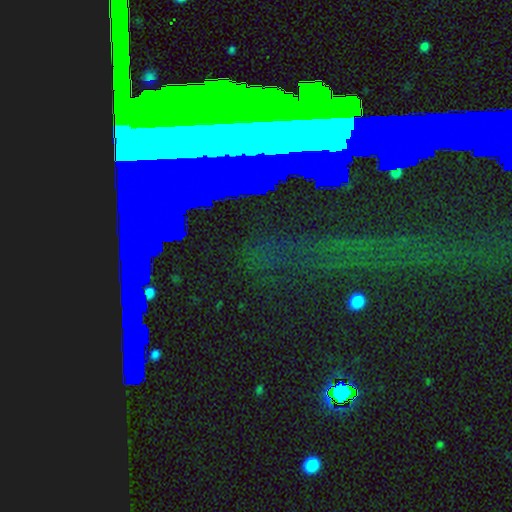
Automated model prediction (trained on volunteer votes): This is likely a star or artifact rather than a galaxy (76%).